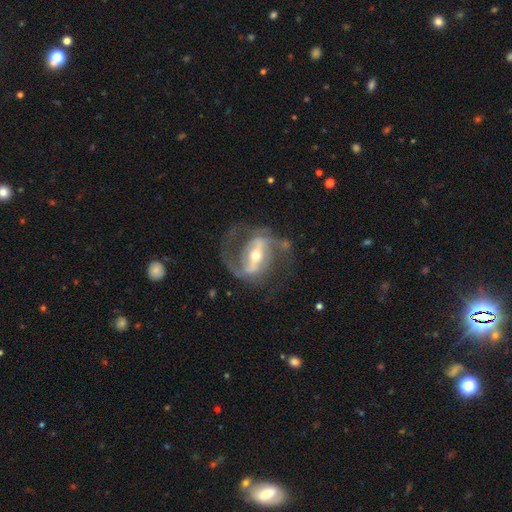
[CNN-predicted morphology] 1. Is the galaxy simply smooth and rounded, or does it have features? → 88% featured or disk, 7% smooth, 5% star or artifact.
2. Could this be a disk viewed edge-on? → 94% no, 6% yes.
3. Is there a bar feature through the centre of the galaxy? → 67% strong, 23% weak, 9% no.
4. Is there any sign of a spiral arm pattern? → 91% yes, 9% no.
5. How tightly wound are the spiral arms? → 52% medium, 29% loose, 19% tight.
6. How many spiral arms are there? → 84% 2, 6% can't tell, 5% 1, 3% 3, 1% 4, 1% more than 4.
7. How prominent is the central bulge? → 51% moderate, 43% small, 4% large, 1% none, 1% dominant.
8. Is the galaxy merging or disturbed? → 64% none, 18% major disturbance, 16% minor disturbance, 2% merger.